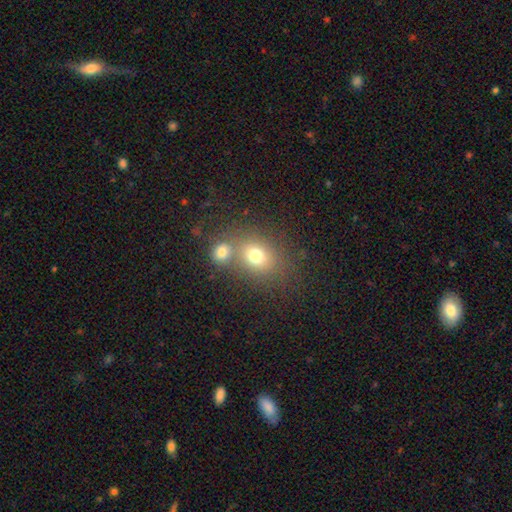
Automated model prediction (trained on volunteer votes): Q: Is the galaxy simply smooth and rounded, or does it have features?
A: smooth — 73%.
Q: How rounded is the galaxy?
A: round — 54%.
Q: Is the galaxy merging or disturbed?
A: none — 49%.